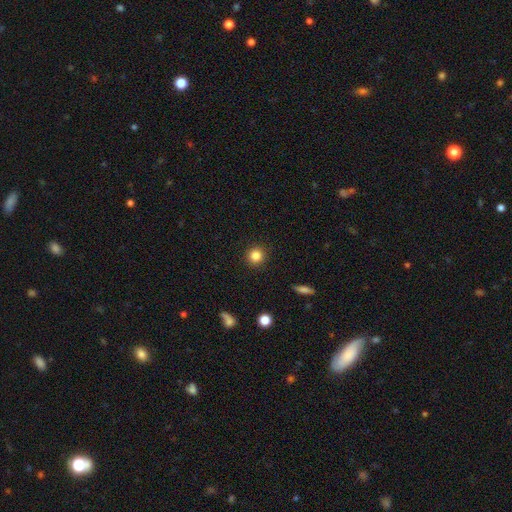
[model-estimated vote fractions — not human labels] This appears to be a smooth galaxy with no disk features (84%) that is round (93%). Merging: none (92%).